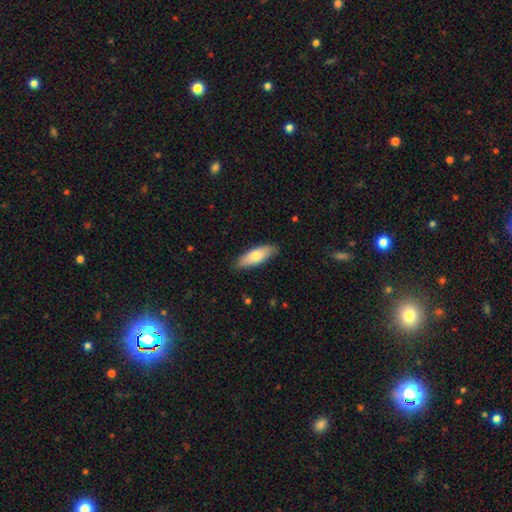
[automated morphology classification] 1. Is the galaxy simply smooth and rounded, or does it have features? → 74% smooth, 20% featured or disk, 5% star or artifact.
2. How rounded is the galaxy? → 63% in between, 36% cigar-shaped, 2% round.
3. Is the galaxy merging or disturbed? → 87% none, 10% minor disturbance, 2% major disturbance, 1% merger.